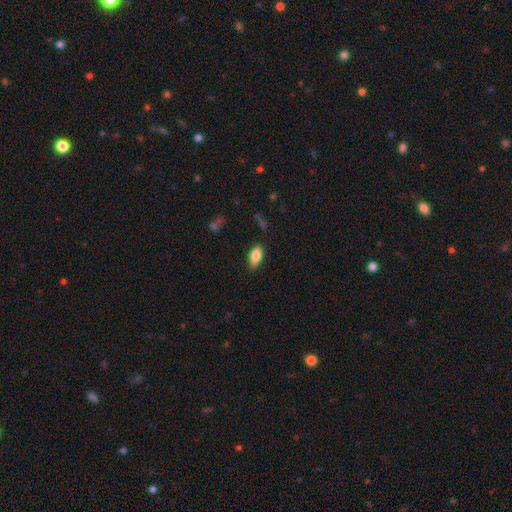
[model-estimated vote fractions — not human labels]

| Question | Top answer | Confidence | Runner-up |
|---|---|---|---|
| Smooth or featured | smooth | 82% | featured or disk (10%) |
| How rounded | in between | 88% | cigar-shaped (8%) |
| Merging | none | 80% | minor disturbance (16%) |